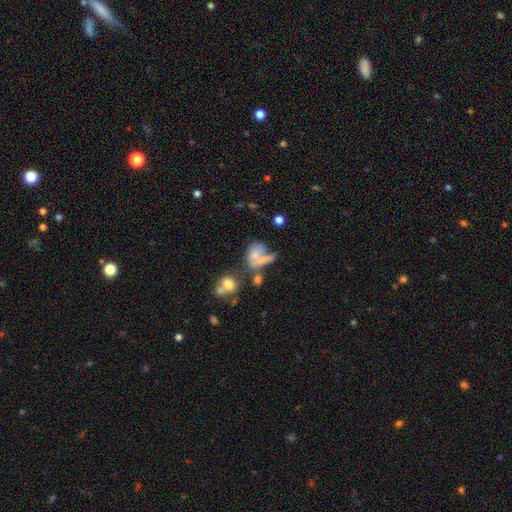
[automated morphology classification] A smooth galaxy with no disk features (60%) that is in between round and cigar-shaped (69%).

Vote fractions:
- Smooth or featured? smooth: 60% / featured or disk: 27% / star or artifact: 14%
- How rounded? in between: 69% / round: 26% / cigar-shaped: 5%
- Merging? merger: 45% / none: 26% / major disturbance: 15% / minor disturbance: 14%